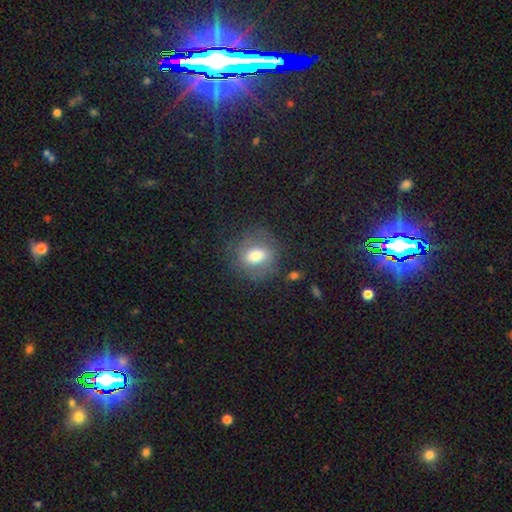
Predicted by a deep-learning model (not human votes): Smooth or featured?
  - smooth: 64% *
  - featured or disk: 25%
  - star or artifact: 11%
How rounded?
  - round: 65% *
  - in between: 34%
  - cigar-shaped: 1%
Merging?
  - none: 72% *
  - minor disturbance: 16%
  - major disturbance: 9%
  - merger: 2%